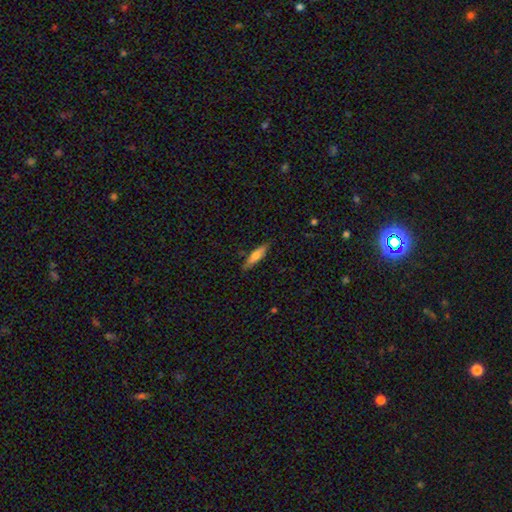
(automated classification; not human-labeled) smooth_or_featured: smooth (p=0.60) [alt: featured or disk p=0.34]
how_rounded: cigar-shaped (p=0.75) [alt: in between p=0.23]
merging: none (p=0.86) [alt: minor disturbance p=0.11]